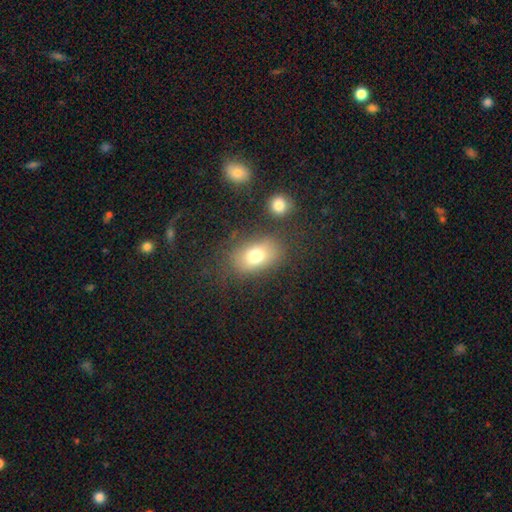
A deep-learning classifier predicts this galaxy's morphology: smooth_or_featured: smooth (p=0.74) [alt: featured or disk p=0.15]
how_rounded: in between (p=0.77) [alt: round p=0.22]
merging: none (p=0.72) [alt: minor disturbance p=0.14]